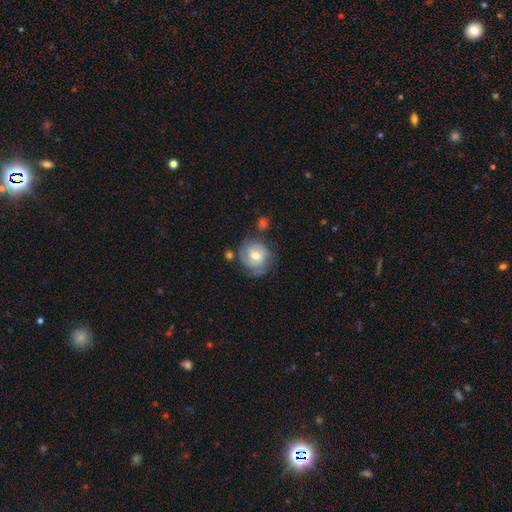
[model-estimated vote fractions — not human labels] smooth-or-featured: featured or disk: 66% | smooth: 27% | star or artifact: 6%
  disk-edge-on: no: 97% | yes: 3%
    bar: weak: 48% | no: 41% | strong: 11%
    has-spiral-arms: yes: 87% | no: 13%
      spiral-winding: tight: 59% | medium: 31% | loose: 10%
      spiral-arm-count: 2: 40% | can't tell: 29% | 3: 17% | 1: 9% | 4: 3% | more than 4: 3%
    bulge-size: moderate: 67% | small: 26% | large: 5% | none: 1% | dominant: 1%
  merging: none: 62% | minor disturbance: 22% | major disturbance: 10% | merger: 6%